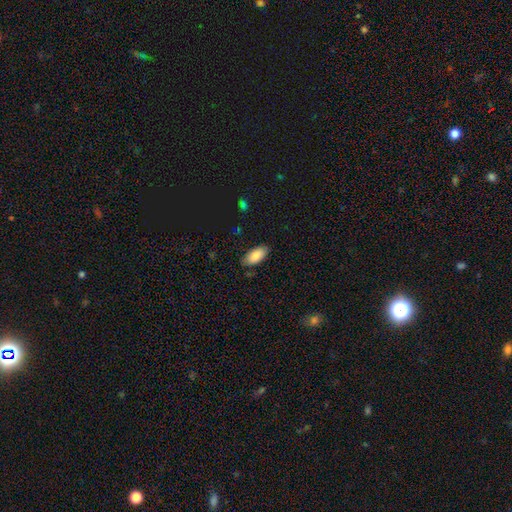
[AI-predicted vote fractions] smooth-or-featured: smooth: 86% | featured or disk: 8% | star or artifact: 7%
  how-rounded: in between: 91% | cigar-shaped: 7% | round: 2%
  merging: none: 83% | minor disturbance: 13% | major disturbance: 3% | merger: 1%